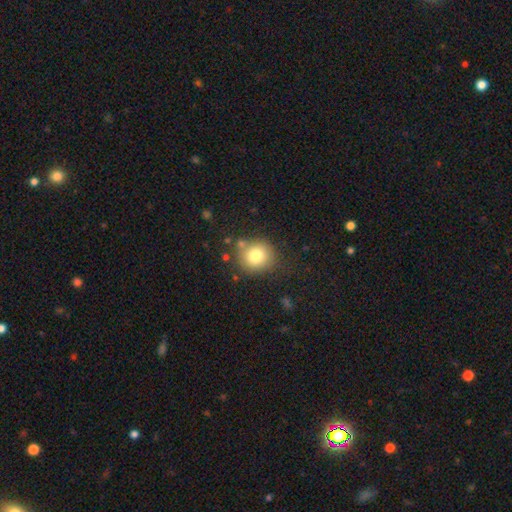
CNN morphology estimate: A smooth galaxy with no disk features (78%) that is round (87%). Merging: none (78%).